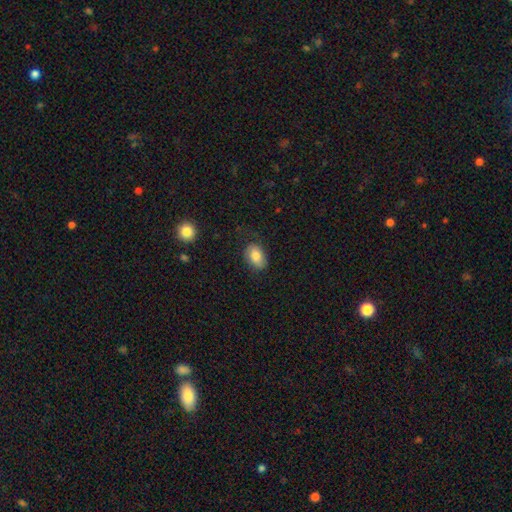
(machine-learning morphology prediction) Q: Smooth or featured?
A: smooth (80%); runner-up: featured or disk (12%)
Q: How rounded?
A: in between (82%); runner-up: round (17%)
Q: Merging?
A: none (70%); runner-up: minor disturbance (21%)